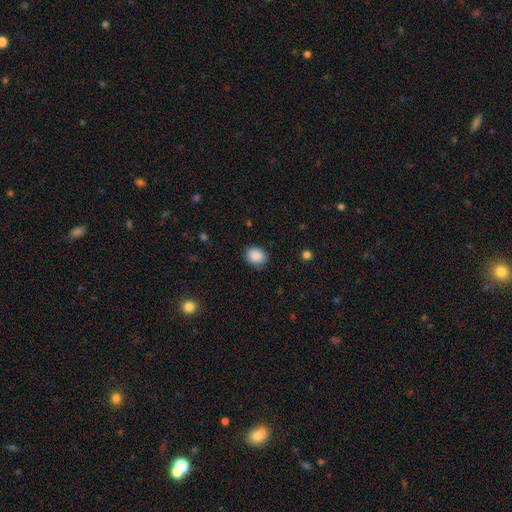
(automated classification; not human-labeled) smooth-or-featured: smooth: 89% | star or artifact: 8% | featured or disk: 3%
  how-rounded: round: 55% | in between: 44% | cigar-shaped: 1%
  merging: none: 86% | minor disturbance: 11% | major disturbance: 3% | merger: 1%